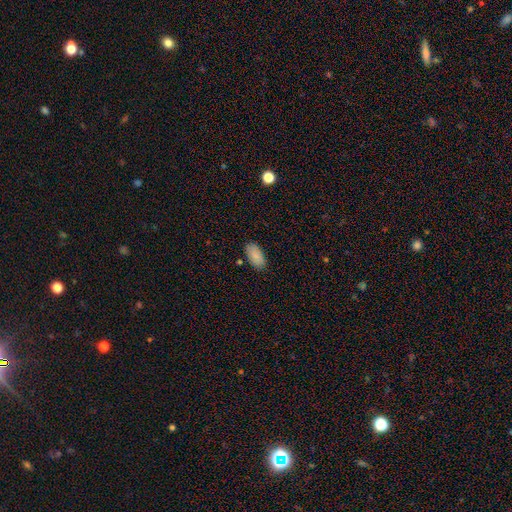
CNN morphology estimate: smooth_or_featured: smooth (p=0.87) [alt: star or artifact p=0.07]
how_rounded: in between (p=0.94) [alt: cigar-shaped p=0.04]
merging: none (p=0.85) [alt: minor disturbance p=0.11]